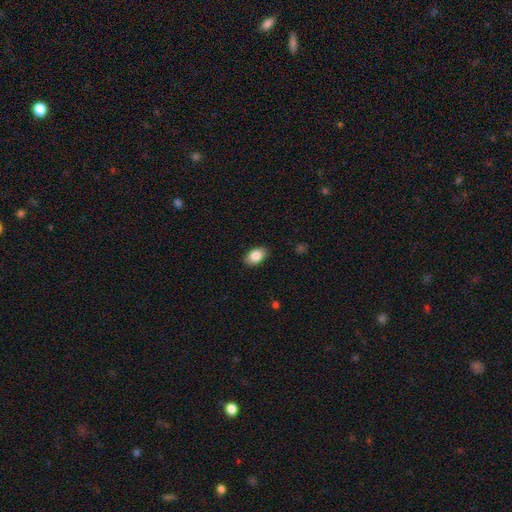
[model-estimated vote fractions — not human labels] smooth 86%, featured or disk 7%, star or artifact 7%. Down the decision tree: how rounded — in between (91%); merging — none (88%).